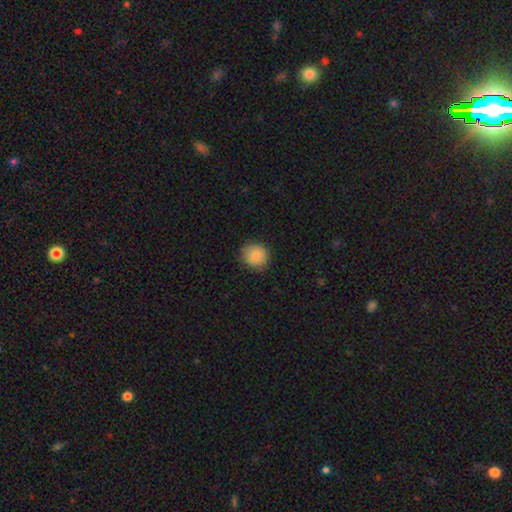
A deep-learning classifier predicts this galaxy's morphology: Overall: smooth (86%). How rounded: round (85%). Merging: none (86%).